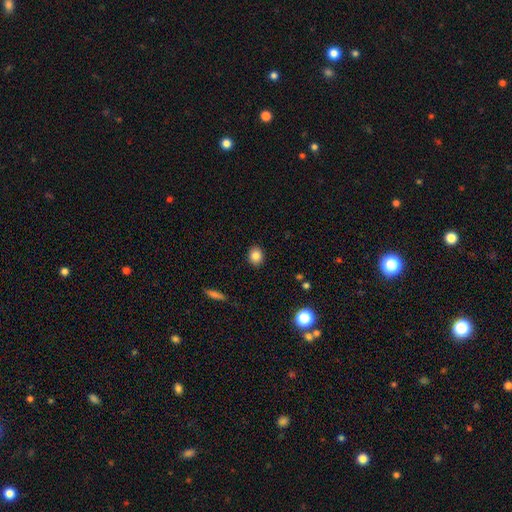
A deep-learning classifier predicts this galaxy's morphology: Smooth or featured: smooth — 83% (star or artifact — 10%)
How rounded: round — 61% (in between — 37%)
Merging: none — 90% (minor disturbance — 7%)